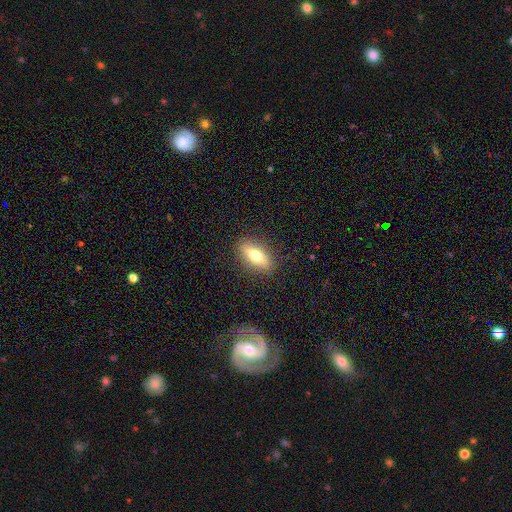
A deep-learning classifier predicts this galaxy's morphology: smooth_or_featured: smooth (p=0.62) [alt: featured or disk p=0.30]
how_rounded: in between (p=0.70) [alt: cigar-shaped p=0.25]
merging: none (p=0.87) [alt: minor disturbance p=0.09]